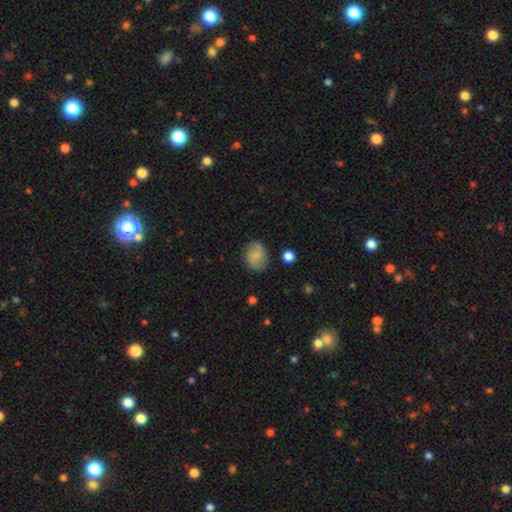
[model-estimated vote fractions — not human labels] A smooth galaxy with no disk features (76%) that is in between round and cigar-shaped (54%). Merging: none (75%).